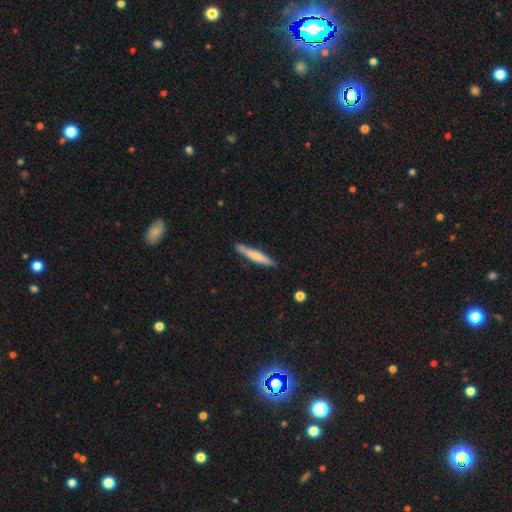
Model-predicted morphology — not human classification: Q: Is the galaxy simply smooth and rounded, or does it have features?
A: smooth — 64%.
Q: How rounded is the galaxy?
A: cigar-shaped — 92%.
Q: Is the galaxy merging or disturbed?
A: none — 85%.